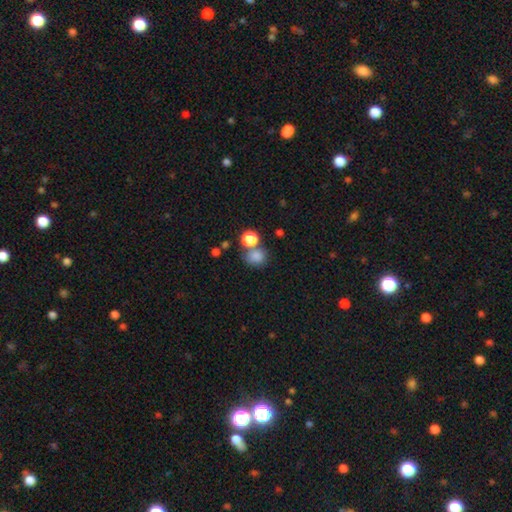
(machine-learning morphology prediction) Smooth or featured?
  - smooth: 80% *
  - star or artifact: 14%
  - featured or disk: 6%
How rounded?
  - round: 70% *
  - in between: 29%
  - cigar-shaped: 1%
Merging?
  - none: 57% *
  - merger: 25%
  - minor disturbance: 12%
  - major disturbance: 6%